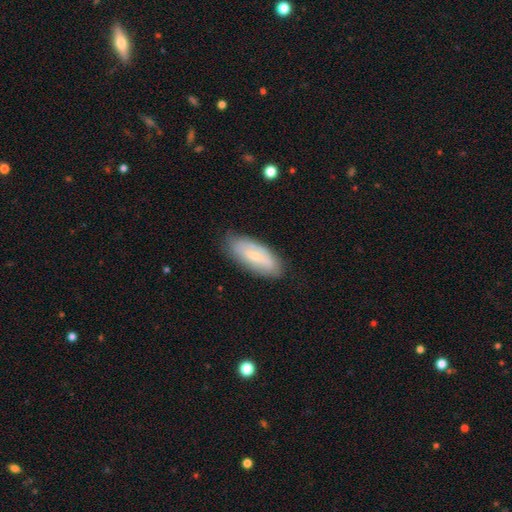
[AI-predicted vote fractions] Smooth or featured?
  - smooth: 51% *
  - featured or disk: 43%
  - star or artifact: 7%
How rounded?
  - in between: 77% *
  - cigar-shaped: 21%
  - round: 2%
Merging?
  - none: 81% *
  - minor disturbance: 15%
  - major disturbance: 3%
  - merger: 1%